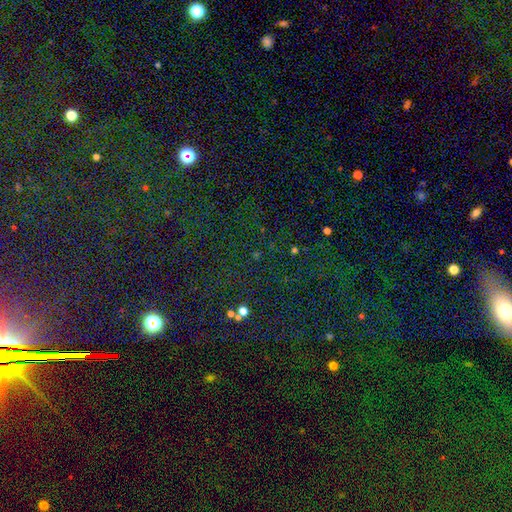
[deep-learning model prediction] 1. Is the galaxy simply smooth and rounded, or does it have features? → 71% star or artifact, 18% smooth, 11% featured or disk.